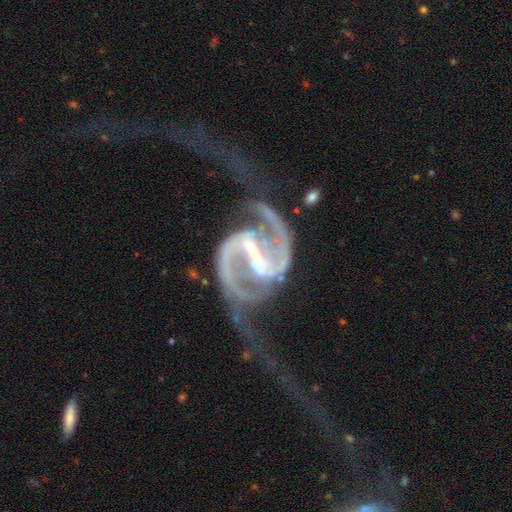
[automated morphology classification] This appears to be a featured or disk galaxy (94%) with a strong bar (70%), 2 (94%) medium (50%) spiral arms (98%) and a small central bulge (62%). Merging: none (42%).